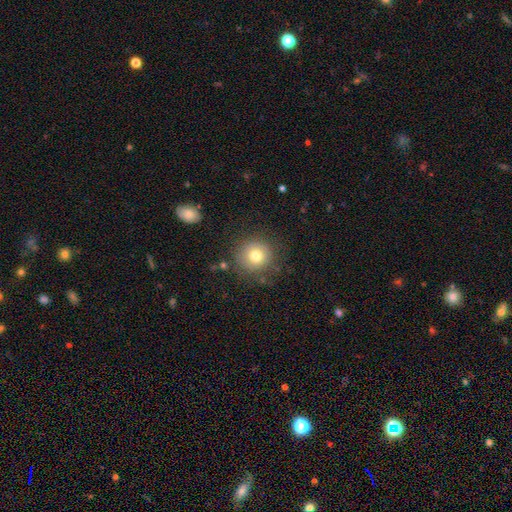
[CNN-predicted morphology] A smooth galaxy with no disk features (75%) that is round (91%).

Vote fractions:
- Smooth or featured? smooth: 75% / featured or disk: 14% / star or artifact: 11%
- How rounded? round: 91% / in between: 8% / cigar-shaped: 1%
- Merging? none: 81% / minor disturbance: 12% / major disturbance: 5% / merger: 2%